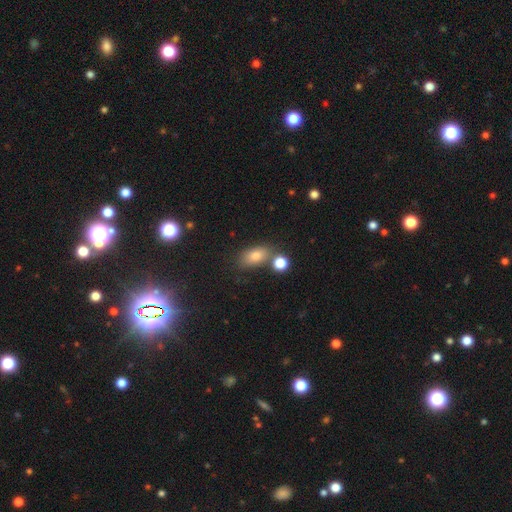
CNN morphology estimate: A smooth galaxy with no disk features (76%) that is in between round and cigar-shaped (83%). Merging: none (67%).